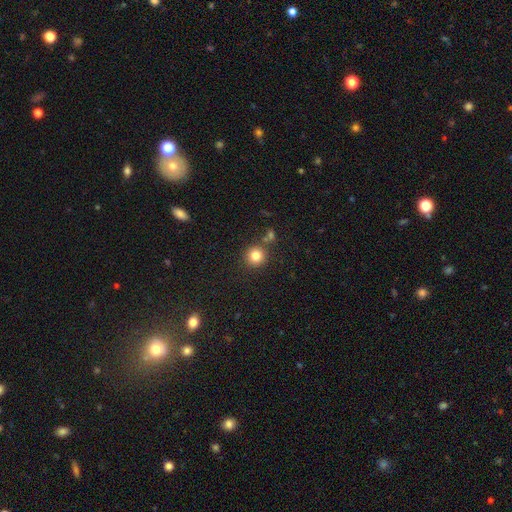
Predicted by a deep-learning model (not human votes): smooth_or_featured: smooth (p=0.82) [alt: star or artifact p=0.12]
how_rounded: round (p=0.92) [alt: in between p=0.07]
merging: none (p=0.80) [alt: minor disturbance p=0.08]